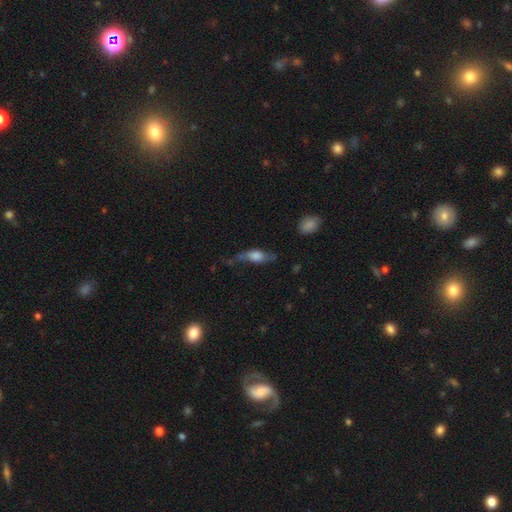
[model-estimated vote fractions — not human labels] smooth 48%, featured or disk 45%, star or artifact 8%. Down the decision tree: merging — none (52%).